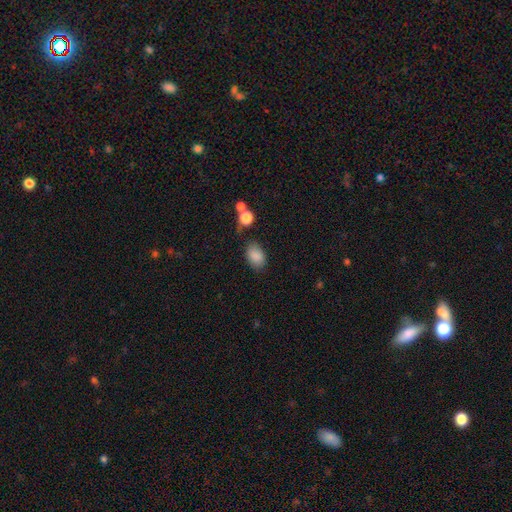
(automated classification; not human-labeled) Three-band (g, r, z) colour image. It shows a smooth galaxy with no disk features (87%) that is in between round and cigar-shaped (84%). Merging: none (73%).